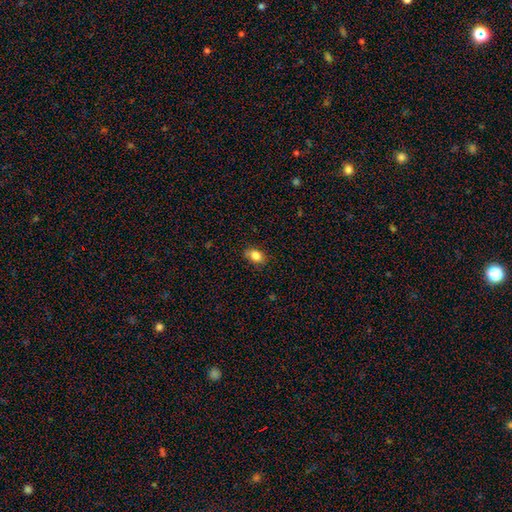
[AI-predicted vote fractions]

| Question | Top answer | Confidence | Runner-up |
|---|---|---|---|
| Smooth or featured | smooth | 83% | star or artifact (9%) |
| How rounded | in between | 78% | round (20%) |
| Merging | none | 78% | minor disturbance (17%) |